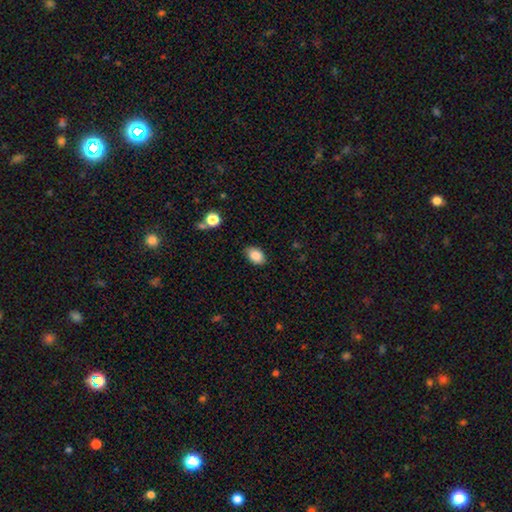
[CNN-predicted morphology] type=smooth (86%); roundness=in between (84%); merging=none (81%).